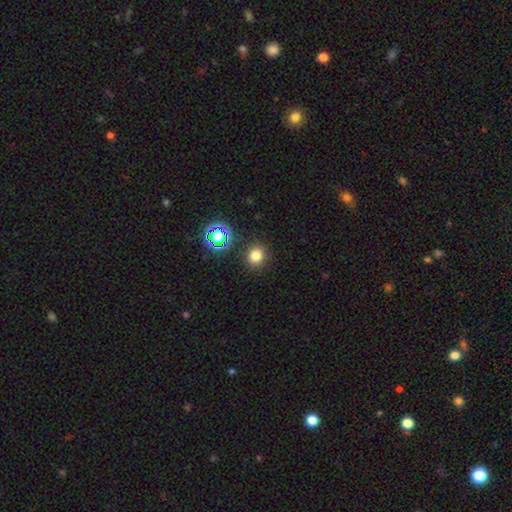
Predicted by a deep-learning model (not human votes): Smooth or featured? smooth (76%)
How rounded? round (74%)
Merging? none (88%)